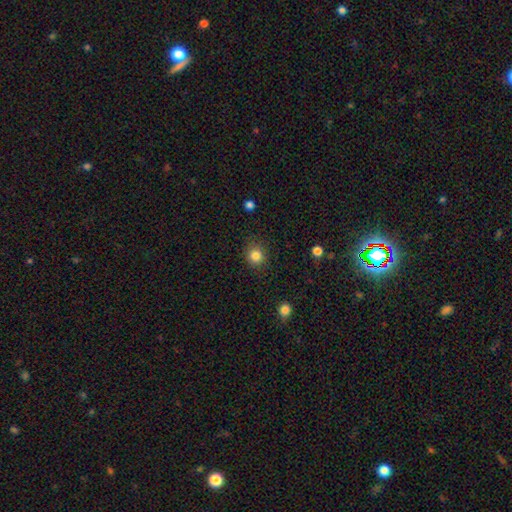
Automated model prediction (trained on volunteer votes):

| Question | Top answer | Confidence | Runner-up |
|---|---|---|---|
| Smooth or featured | smooth | 84% | star or artifact (12%) |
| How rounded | round | 89% | in between (10%) |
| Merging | none | 88% | minor disturbance (8%) |